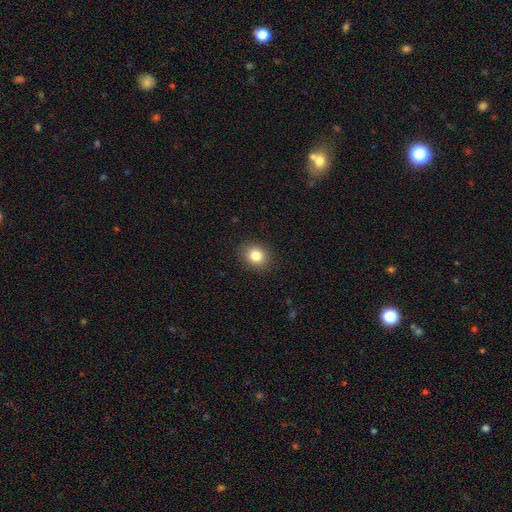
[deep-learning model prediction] This appears to be a smooth galaxy with no disk features (83%) that is round (61%). Merging: none (89%).